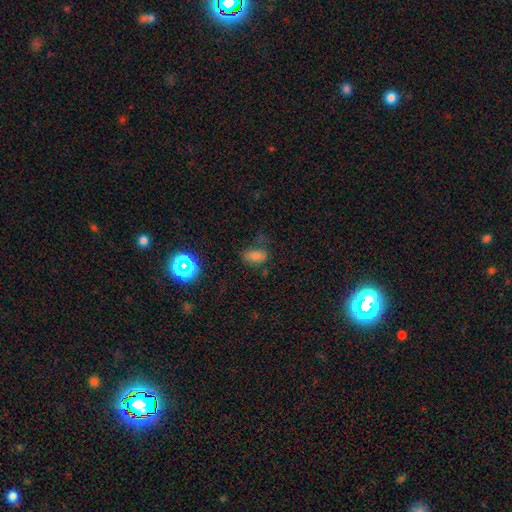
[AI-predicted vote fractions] Smooth or featured?
  - smooth: 70% *
  - star or artifact: 19%
  - featured or disk: 10%
How rounded?
  - in between: 87% *
  - round: 11%
  - cigar-shaped: 2%
Merging?
  - none: 58% *
  - minor disturbance: 26%
  - major disturbance: 11%
  - merger: 4%